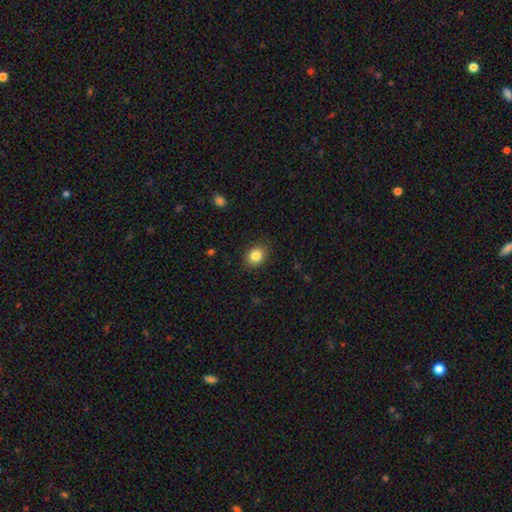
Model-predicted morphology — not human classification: smooth-or-featured: smooth: 84% | star or artifact: 10% | featured or disk: 6%
  how-rounded: round: 56% | in between: 43% | cigar-shaped: 1%
  merging: none: 87% | minor disturbance: 10% | major disturbance: 2% | merger: 1%